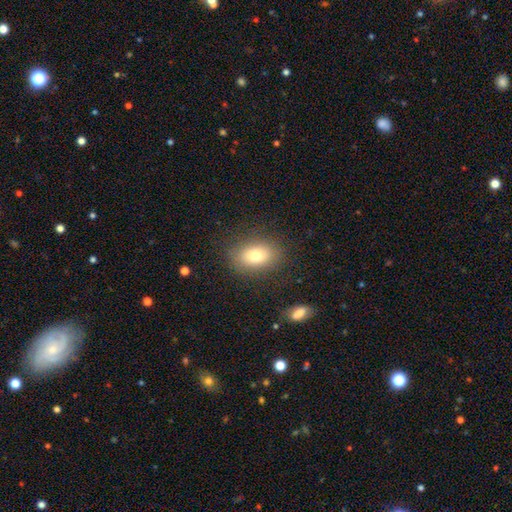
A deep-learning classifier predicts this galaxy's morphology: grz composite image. It shows a smooth galaxy with no disk features (76%) that is in between round and cigar-shaped (76%). Merging: none (84%).